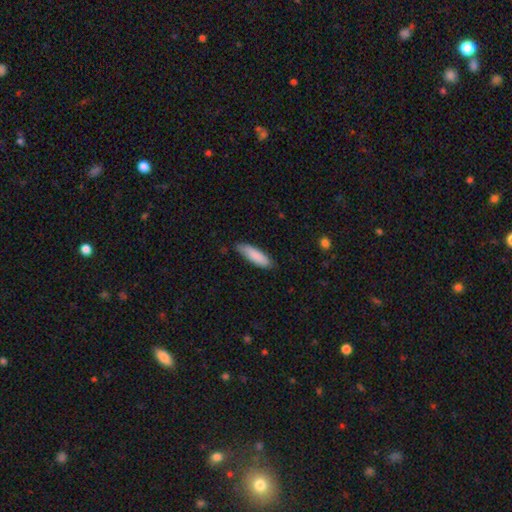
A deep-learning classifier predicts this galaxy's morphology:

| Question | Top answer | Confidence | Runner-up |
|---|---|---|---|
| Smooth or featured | smooth | 86% | featured or disk (9%) |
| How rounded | cigar-shaped | 55% | in between (44%) |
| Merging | none | 78% | minor disturbance (18%) |